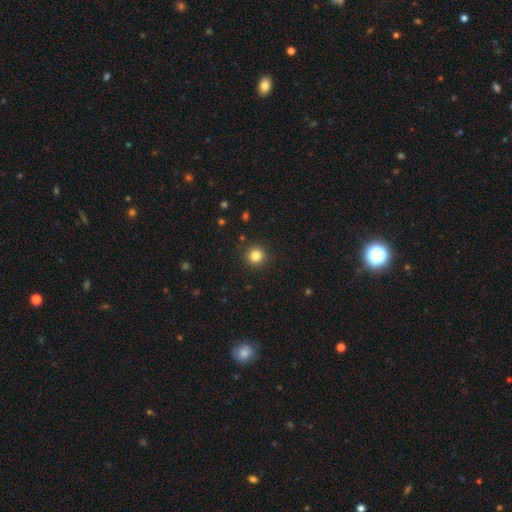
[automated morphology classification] smooth-or-featured: smooth: 83% | star or artifact: 12% | featured or disk: 5%
  how-rounded: round: 95% | in between: 4% | cigar-shaped: 1%
  merging: none: 92% | minor disturbance: 5% | major disturbance: 2% | merger: 1%